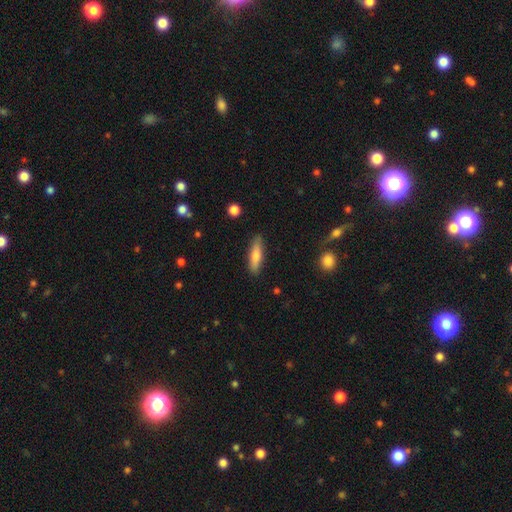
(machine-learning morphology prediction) A smooth galaxy with no disk features (73%) that is cigar-shaped (63%).

Vote fractions:
- Smooth or featured? smooth: 73% / featured or disk: 21% / star or artifact: 6%
- How rounded? cigar-shaped: 63% / in between: 35% / round: 2%
- Merging? none: 86% / minor disturbance: 11% / major disturbance: 2% / merger: 1%